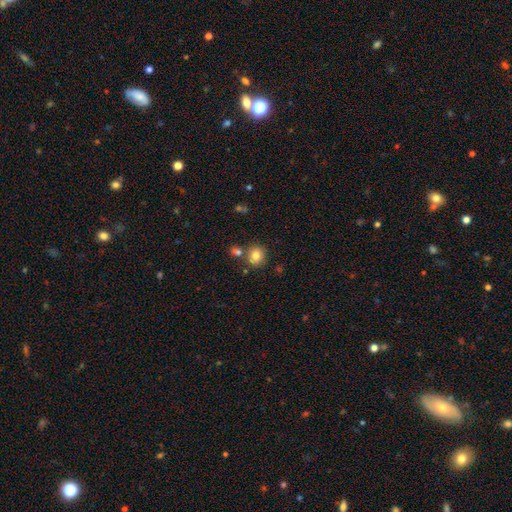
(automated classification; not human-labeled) smooth_or_featured: smooth (p=0.81) [alt: star or artifact p=0.11]
how_rounded: round (p=0.80) [alt: in between p=0.20]
merging: none (p=0.75) [alt: merger p=0.13]